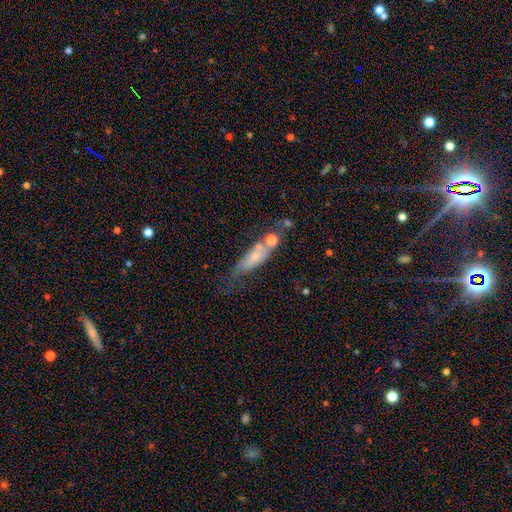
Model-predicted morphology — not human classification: A smooth galaxy with no disk features (53%) that is in between round and cigar-shaped (51%).

Vote fractions:
- Smooth or featured? smooth: 53% / featured or disk: 36% / star or artifact: 10%
- How rounded? in between: 51% / cigar-shaped: 44% / round: 5%
- Merging? none: 38% / minor disturbance: 24% / merger: 22% / major disturbance: 17%